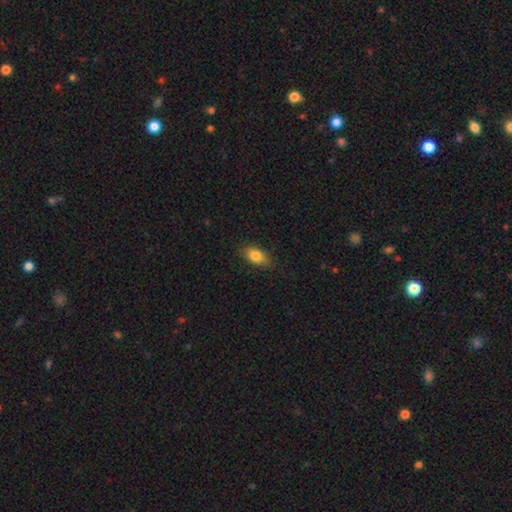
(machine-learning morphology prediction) A smooth galaxy with no disk features (83%) that is in between round and cigar-shaped (86%). Merging: none (83%).